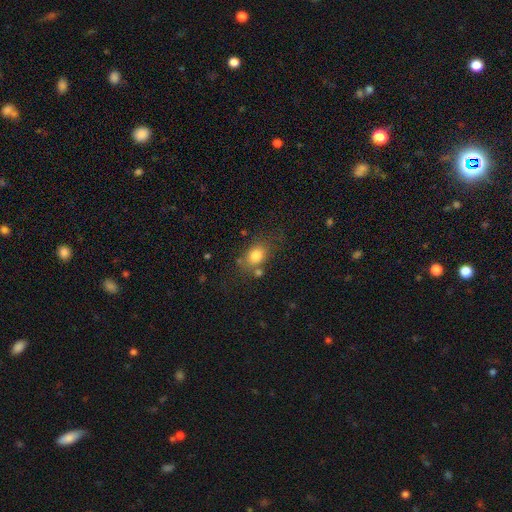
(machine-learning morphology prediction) type=smooth (80%); roundness=in between (65%); merging=none (63%).